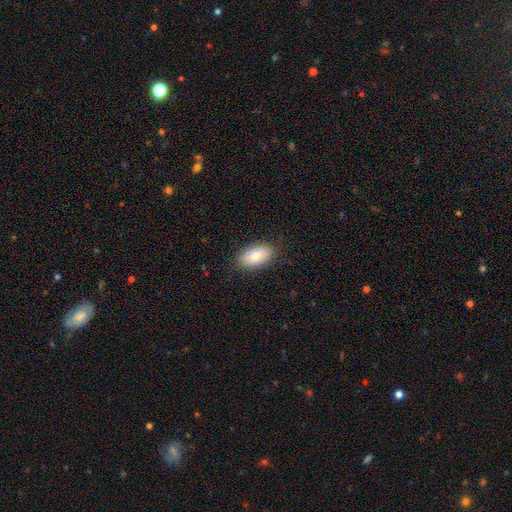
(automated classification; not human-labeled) Smooth or featured?
  - smooth: 83% *
  - featured or disk: 11%
  - star or artifact: 7%
How rounded?
  - in between: 93% *
  - round: 4%
  - cigar-shaped: 3%
Merging?
  - none: 84% *
  - minor disturbance: 12%
  - major disturbance: 3%
  - merger: 1%